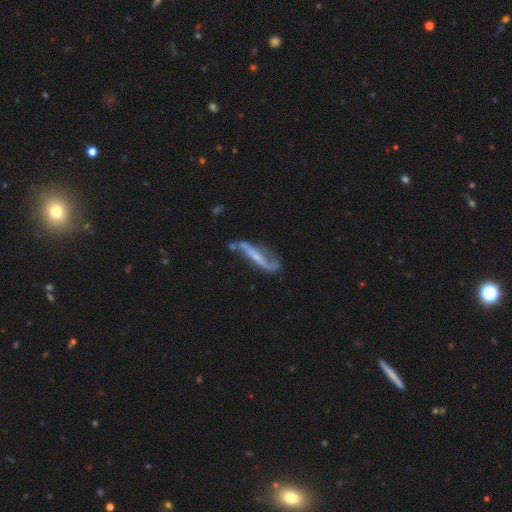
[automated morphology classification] Smooth or featured: featured or disk — 70% (smooth — 23%)
Edge-on disk: no — 59% (yes — 41%)
Merging: none — 45% (minor disturbance — 27%)